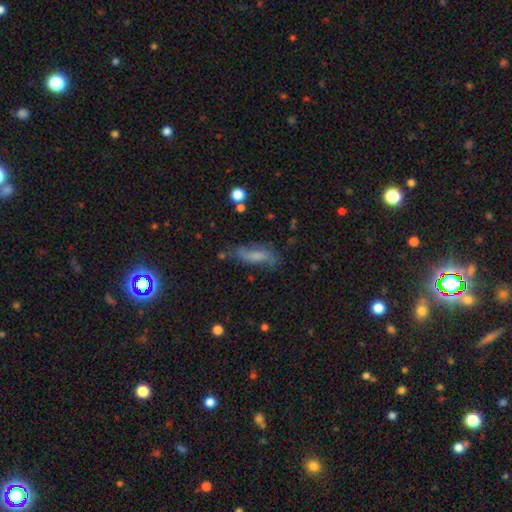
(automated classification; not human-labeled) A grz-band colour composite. It shows a smooth galaxy with no disk features (54%) that is in between round and cigar-shaped (48%, tied with cigar-shaped). Merging: none (63%).